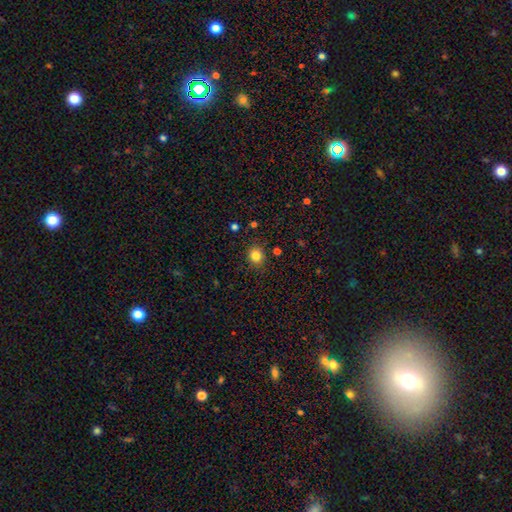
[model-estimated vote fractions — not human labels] A smooth galaxy with no disk features (82%) that is round (79%).

Vote fractions:
- Smooth or featured? smooth: 82% / star or artifact: 12% / featured or disk: 6%
- How rounded? round: 79% / in between: 20% / cigar-shaped: 1%
- Merging? none: 87% / minor disturbance: 9% / major disturbance: 2% / merger: 2%